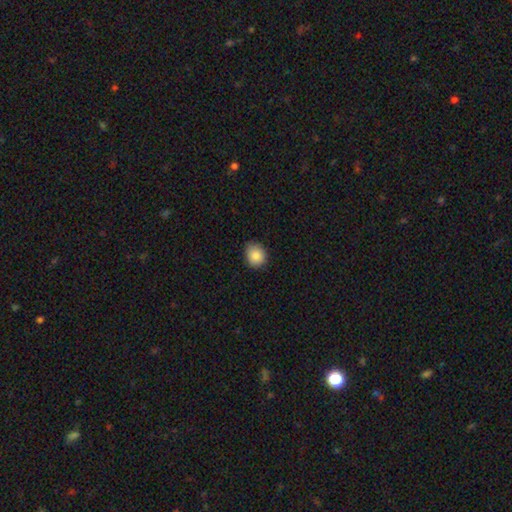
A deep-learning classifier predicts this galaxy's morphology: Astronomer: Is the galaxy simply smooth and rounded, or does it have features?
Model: smooth — 87%.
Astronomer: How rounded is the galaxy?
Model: round — 69%.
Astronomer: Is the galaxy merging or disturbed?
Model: none — 78%.